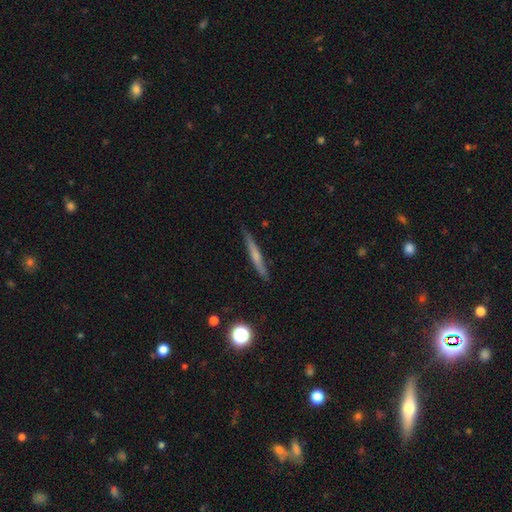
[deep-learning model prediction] Morphology: type=featured or disk (48%); merging=none (88%).